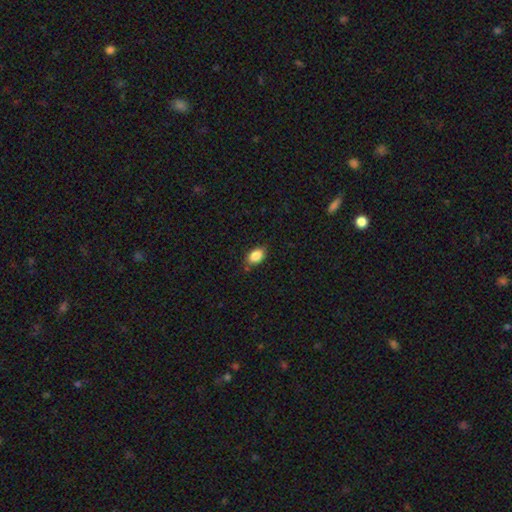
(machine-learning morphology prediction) The model was most divided on "merging": none: 81%, minor disturbance: 14%, major disturbance: 3%, merger: 2%. More confident: how rounded — in between (87%); smooth or featured — smooth (86%).